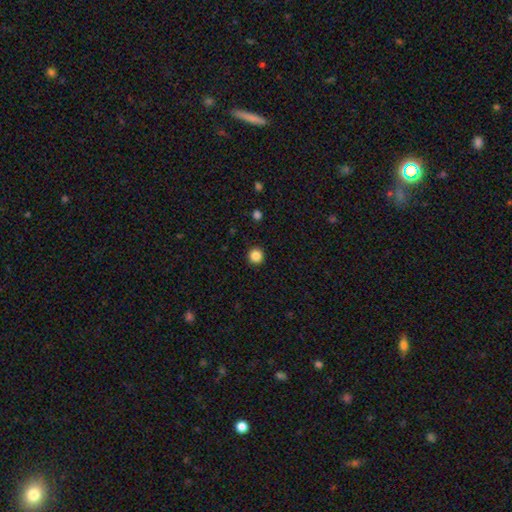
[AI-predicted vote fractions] Smooth or featured? Predicted: smooth (p=0.86). How rounded? Predicted: round (p=0.95). Merging? Predicted: none (p=0.93).